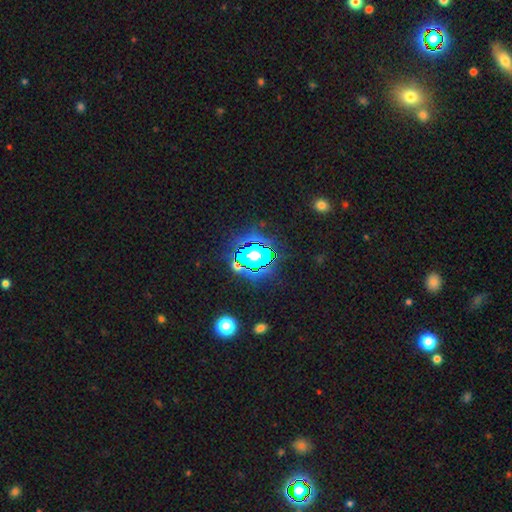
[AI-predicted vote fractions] The model was most divided on "smooth or featured": star or artifact: 60%, smooth: 26%, featured or disk: 14%.